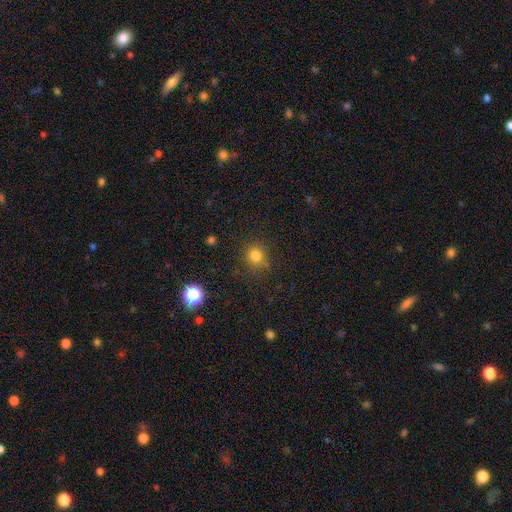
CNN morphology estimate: Smooth or featured: smooth — 78% (star or artifact — 17%)
How rounded: round — 90% (in between — 9%)
Merging: none — 82% (minor disturbance — 11%)